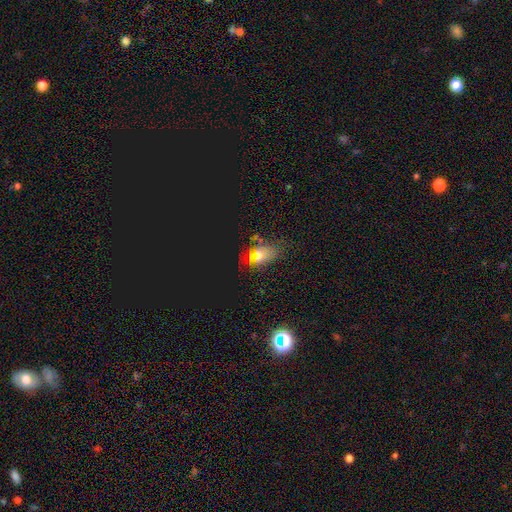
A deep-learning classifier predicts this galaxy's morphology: A smooth galaxy with no disk features (43%).

Vote fractions:
- Smooth or featured? smooth: 43% / star or artifact: 39% / featured or disk: 18%
- Merging? none: 63% / minor disturbance: 22% / major disturbance: 10% / merger: 5%